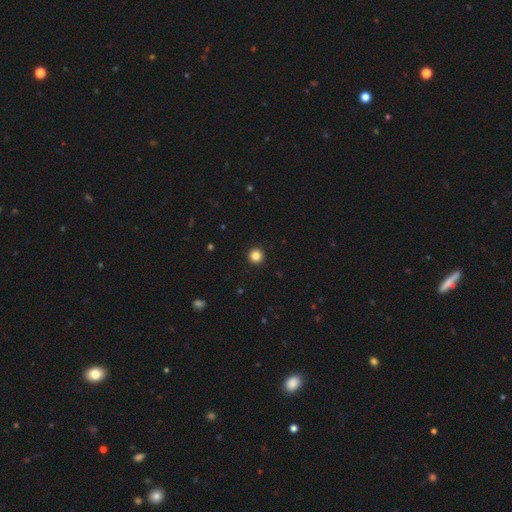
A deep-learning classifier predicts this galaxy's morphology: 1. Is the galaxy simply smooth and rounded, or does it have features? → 85% smooth, 12% star or artifact, 4% featured or disk.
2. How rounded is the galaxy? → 96% round, 3% in between, 1% cigar-shaped.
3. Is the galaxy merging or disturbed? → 94% none, 4% minor disturbance, 1% major disturbance, 1% merger.